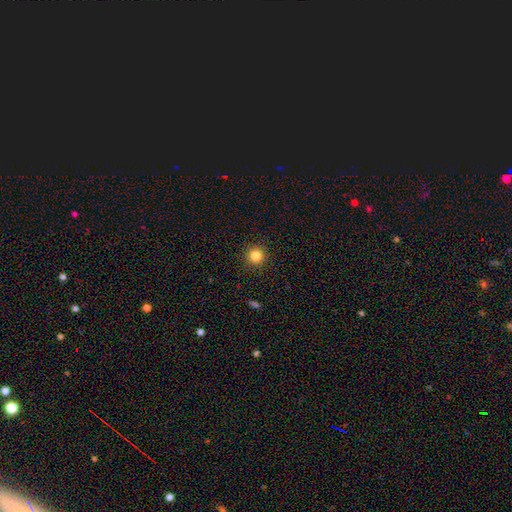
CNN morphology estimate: Smooth or featured? Predicted: smooth (p=0.84). How rounded? Predicted: round (p=0.95). Merging? Predicted: none (p=0.92).